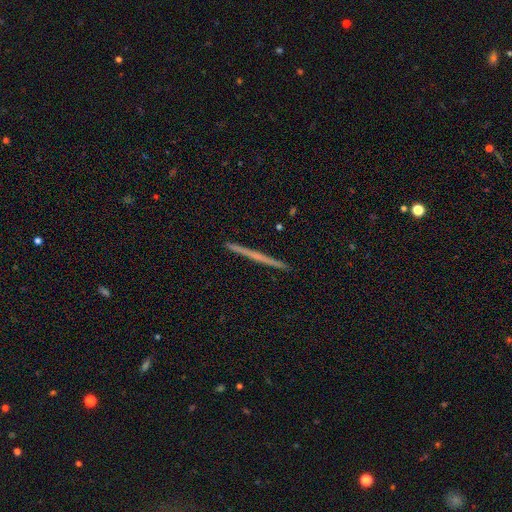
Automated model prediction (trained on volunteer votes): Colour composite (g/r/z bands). It shows a featured or disk galaxy (58%) viewed edge-on (98%) with no central bulge (84%). Merging: none (93%).